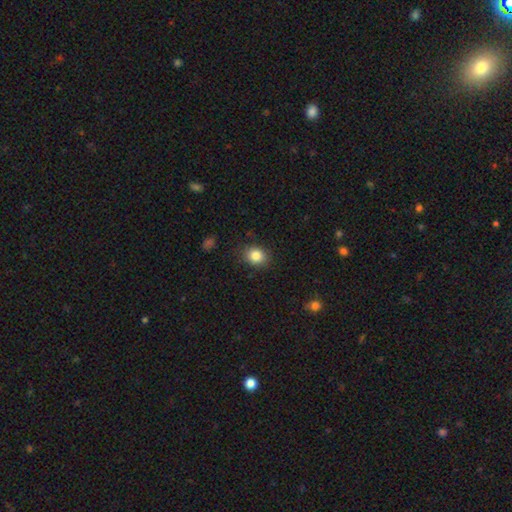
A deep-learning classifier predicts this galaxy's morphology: This appears to be a smooth galaxy with no disk features (85%) that is round (60%). Merging: none (85%).